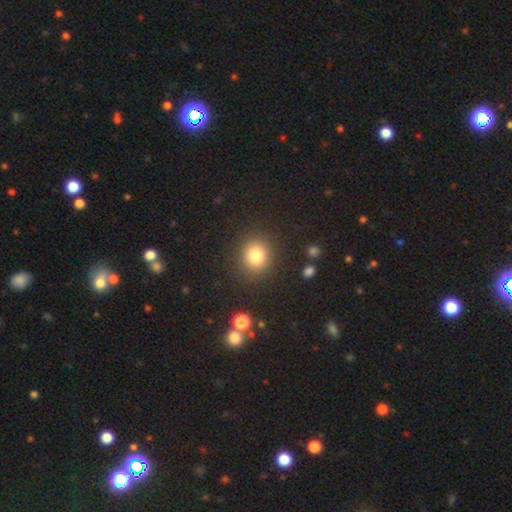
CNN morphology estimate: Smooth or featured? smooth (81%)
How rounded? round (81%)
Merging? none (88%)